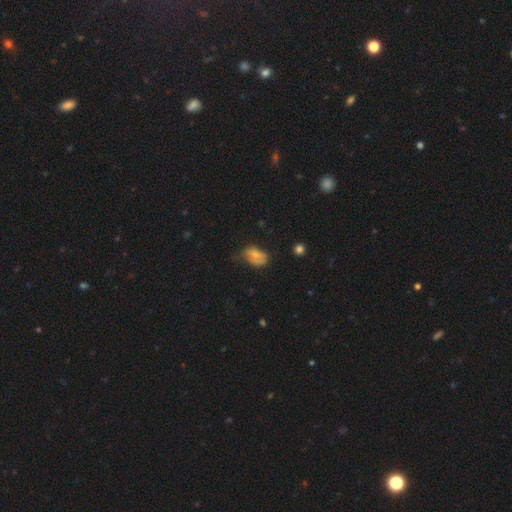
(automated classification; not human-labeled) Smooth or featured? Predicted: smooth (p=0.70). How rounded? Predicted: in between (p=0.87). Merging? Predicted: minor disturbance (p=0.40).